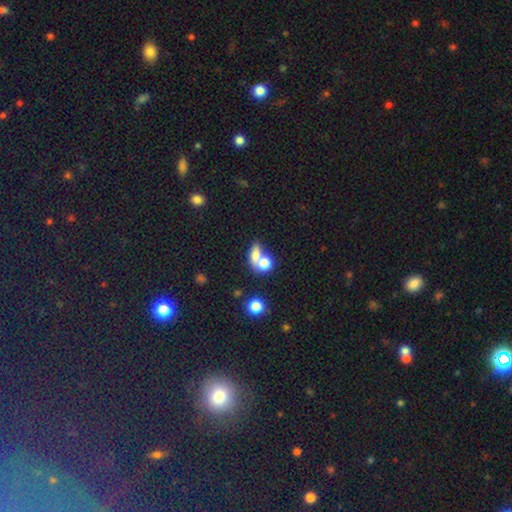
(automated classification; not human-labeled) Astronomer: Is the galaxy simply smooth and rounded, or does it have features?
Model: smooth — 69%.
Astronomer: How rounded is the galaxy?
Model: in between — 54% (runner-up: round, 37%).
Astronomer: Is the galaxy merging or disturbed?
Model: merger — 54% (runner-up: none, 31%).